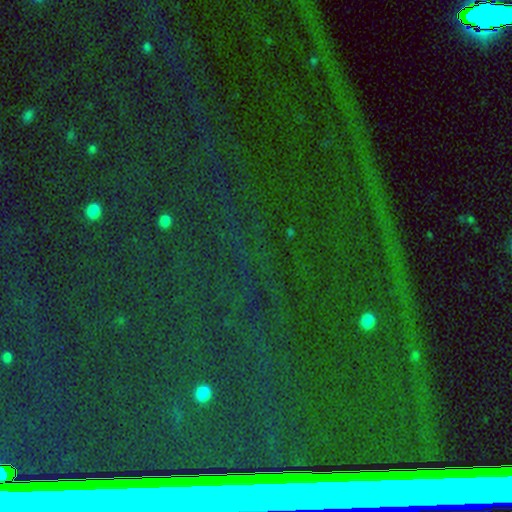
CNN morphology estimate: This appears to be a star or artifact, not a galaxy (84%).